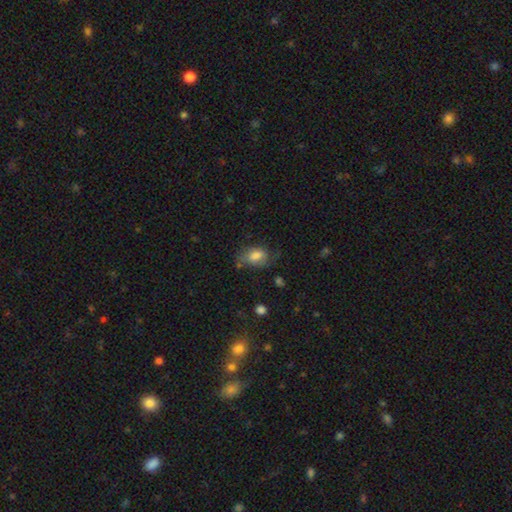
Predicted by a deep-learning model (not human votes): Q: Smooth or featured?
A: smooth (74%); runner-up: featured or disk (17%)
Q: How rounded?
A: in between (83%); runner-up: round (15%)
Q: Merging?
A: none (51%); runner-up: minor disturbance (30%)